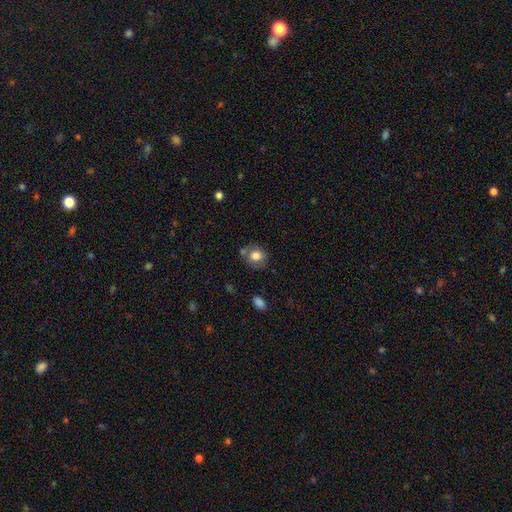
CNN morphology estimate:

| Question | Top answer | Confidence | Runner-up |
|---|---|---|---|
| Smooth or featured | smooth | 78% | featured or disk (13%) |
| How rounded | round | 69% | in between (30%) |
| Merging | none | 65% | minor disturbance (19%) |